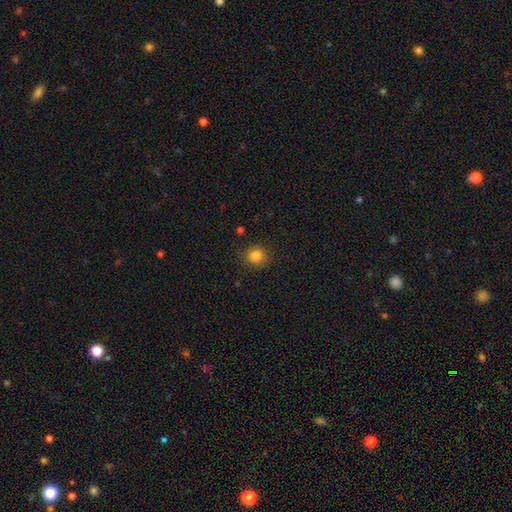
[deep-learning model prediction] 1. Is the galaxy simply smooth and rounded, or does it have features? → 83% smooth, 12% star or artifact, 5% featured or disk.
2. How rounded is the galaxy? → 87% round, 12% in between, 1% cigar-shaped.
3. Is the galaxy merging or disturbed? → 88% none, 8% minor disturbance, 2% major disturbance, 1% merger.